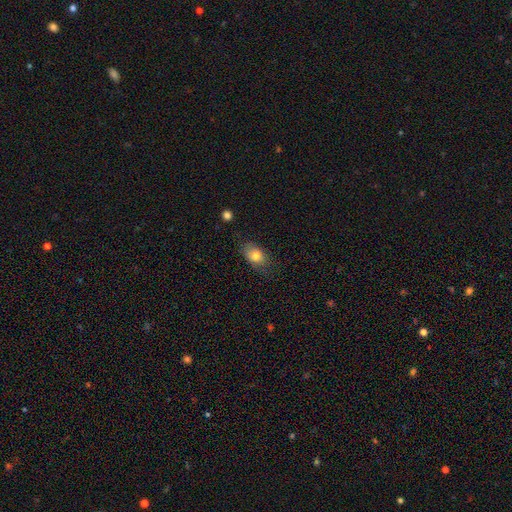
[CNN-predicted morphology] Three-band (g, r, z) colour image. It shows a smooth galaxy with no disk features (79%) that is in between round and cigar-shaped (83%). Merging: none (72%).